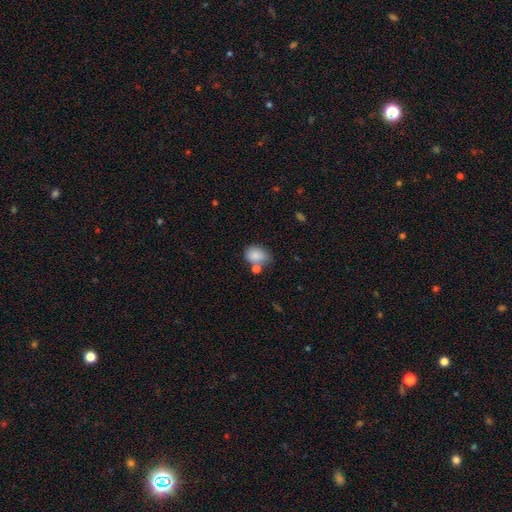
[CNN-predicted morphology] Smooth or featured? smooth (84%)
How rounded? in between (64%)
Merging? none (57%)